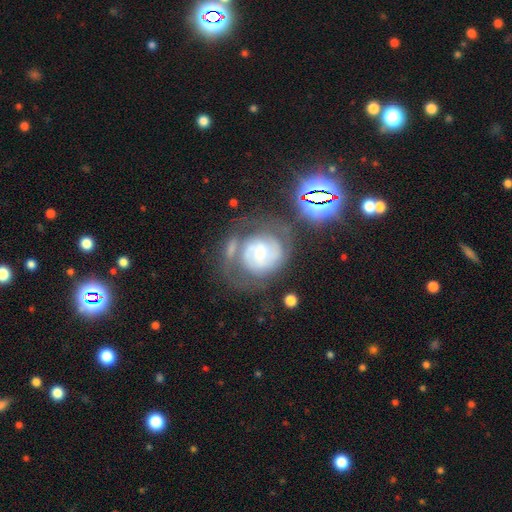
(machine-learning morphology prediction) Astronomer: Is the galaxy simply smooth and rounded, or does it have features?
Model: featured or disk — 76%.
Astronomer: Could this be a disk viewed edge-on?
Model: no — 97%.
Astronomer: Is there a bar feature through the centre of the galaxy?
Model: no — 58% (runner-up: weak, 33%).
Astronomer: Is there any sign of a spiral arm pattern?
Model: yes — 88%.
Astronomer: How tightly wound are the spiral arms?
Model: tight — 59%.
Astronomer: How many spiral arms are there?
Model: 2 — 49% (runner-up: can't tell, 30%).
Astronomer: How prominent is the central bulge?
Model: small — 54% (runner-up: moderate, 39%).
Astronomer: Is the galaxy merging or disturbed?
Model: none — 48%.